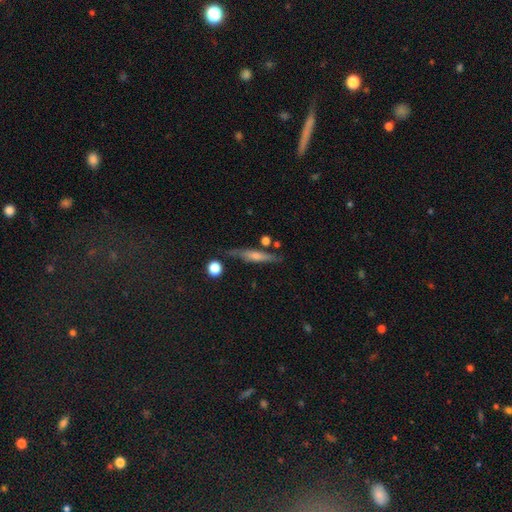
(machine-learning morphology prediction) smooth-or-featured: featured or disk: 56% | smooth: 25% | star or artifact: 19%
  disk-edge-on: yes: 88% | no: 12%
  merging: none: 79% | minor disturbance: 12% | merger: 5% | major disturbance: 4%